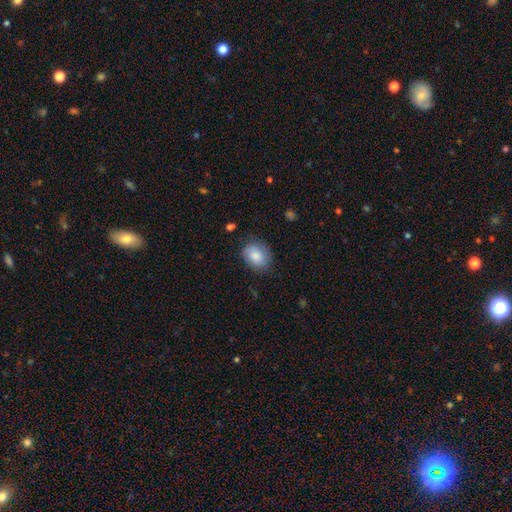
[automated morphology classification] type=smooth (78%); roundness=in between (56%); merging=none (76%).